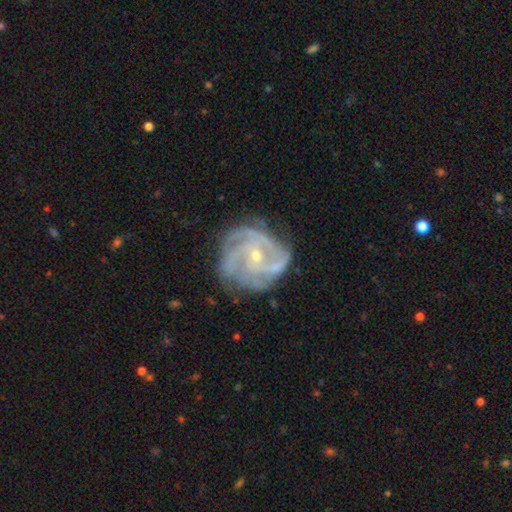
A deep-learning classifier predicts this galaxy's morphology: type=featured or disk (89%); edge-on=no (98%); bar=no (62%); spiral arms=yes (97%); winding=tight (58%); arm count=3 (39%); bulge=small (71%); merging=none (68%).